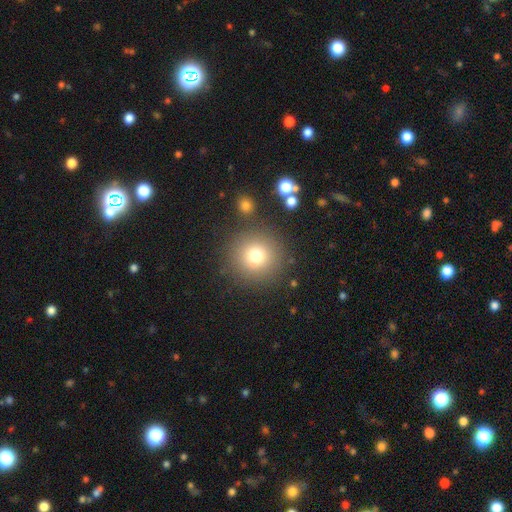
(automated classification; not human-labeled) A smooth galaxy with no disk features (74%) that is round (94%).

Vote fractions:
- Smooth or featured? smooth: 74% / star or artifact: 15% / featured or disk: 11%
- How rounded? round: 94% / in between: 5% / cigar-shaped: 1%
- Merging? none: 82% / minor disturbance: 8% / merger: 6% / major disturbance: 4%